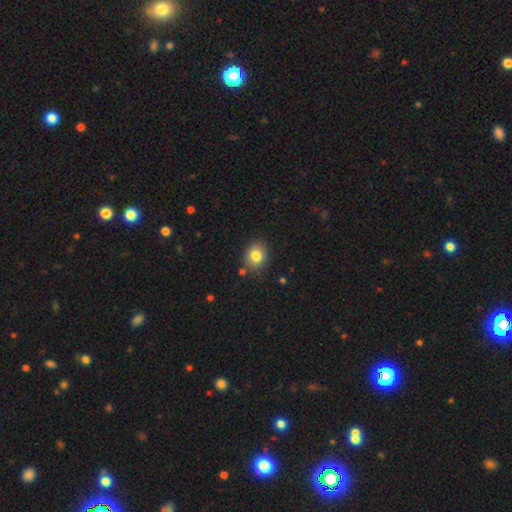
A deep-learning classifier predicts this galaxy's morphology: type=smooth (82%); roundness=round (60%); merging=none (84%).